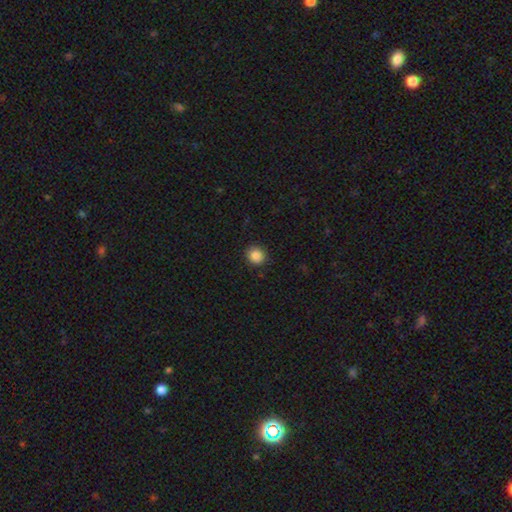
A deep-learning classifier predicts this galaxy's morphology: smooth-or-featured: smooth: 87% | star or artifact: 10% | featured or disk: 3%
  how-rounded: round: 89% | in between: 10% | cigar-shaped: 1%
  merging: none: 91% | minor disturbance: 6% | major disturbance: 2% | merger: 1%